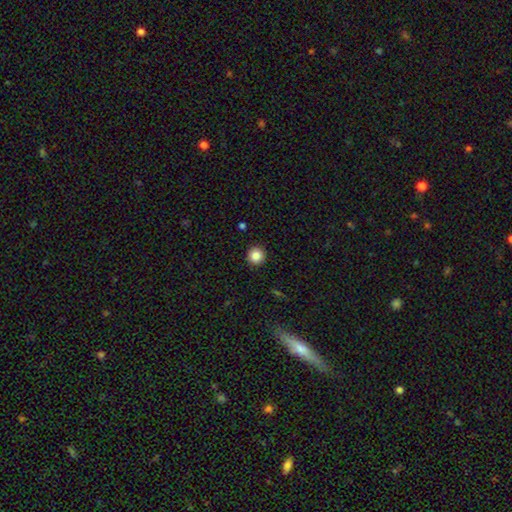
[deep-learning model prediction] Smooth or featured? smooth (85%)
How rounded? round (96%)
Merging? none (93%)